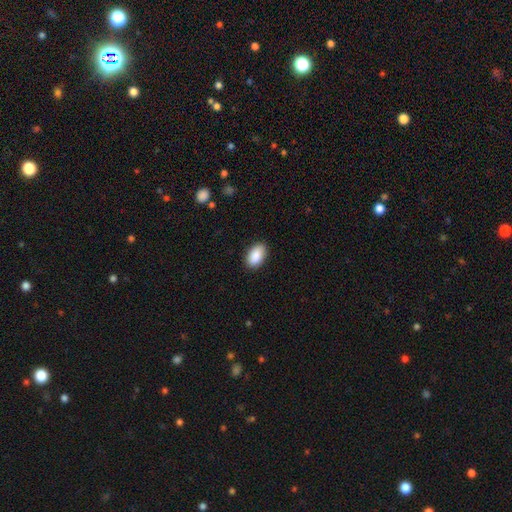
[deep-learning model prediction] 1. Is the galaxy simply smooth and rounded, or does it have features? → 90% smooth, 6% star or artifact, 4% featured or disk.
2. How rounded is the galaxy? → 94% in between, 4% round, 2% cigar-shaped.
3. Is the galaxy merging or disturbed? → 88% none, 9% minor disturbance, 2% major disturbance, 1% merger.